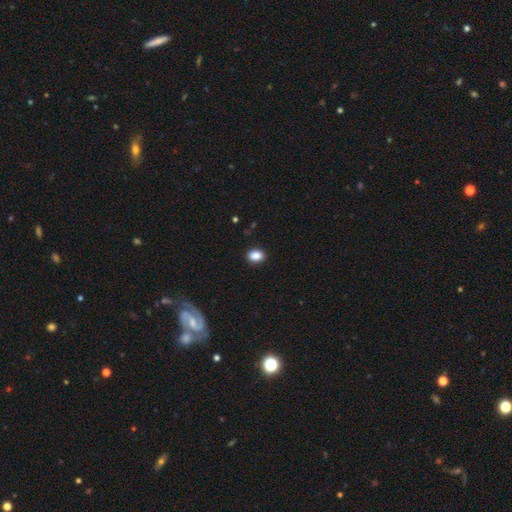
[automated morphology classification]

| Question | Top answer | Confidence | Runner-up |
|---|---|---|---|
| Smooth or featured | smooth | 87% | star or artifact (9%) |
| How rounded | in between | 66% | round (32%) |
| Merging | none | 89% | minor disturbance (8%) |